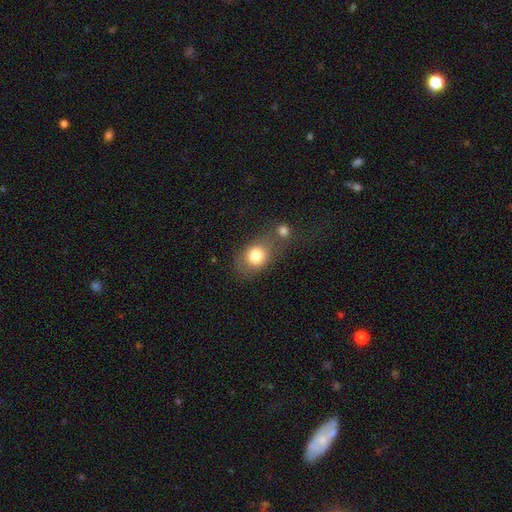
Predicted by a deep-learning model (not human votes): This appears to be a smooth galaxy with no disk features (79%) that is in between round and cigar-shaped (53%). Merging: none (52%).